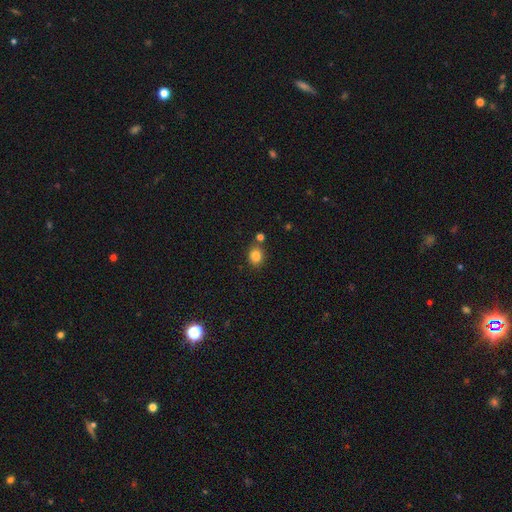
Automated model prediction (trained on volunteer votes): Smooth or featured?
  - smooth: 84% *
  - star or artifact: 11%
  - featured or disk: 5%
How rounded?
  - round: 66% *
  - in between: 33%
  - cigar-shaped: 1%
Merging?
  - none: 77% *
  - minor disturbance: 11%
  - merger: 10%
  - major disturbance: 3%